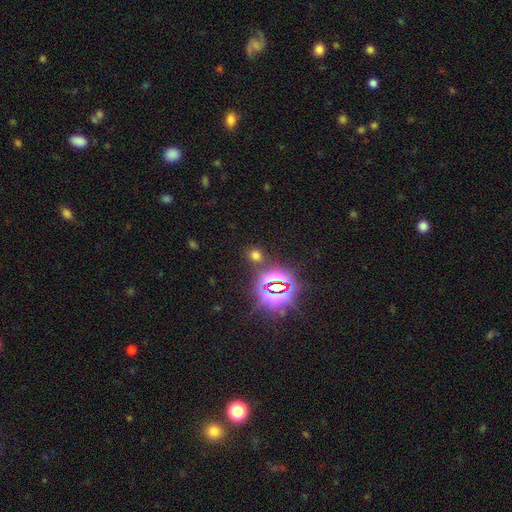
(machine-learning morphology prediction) A smooth galaxy with no disk features (53%) that is round (75%).

Vote fractions:
- Smooth or featured? smooth: 53% / star or artifact: 42% / featured or disk: 6%
- How rounded? round: 75% / in between: 23% / cigar-shaped: 2%
- Merging? none: 80% / minor disturbance: 9% / merger: 8% / major disturbance: 4%